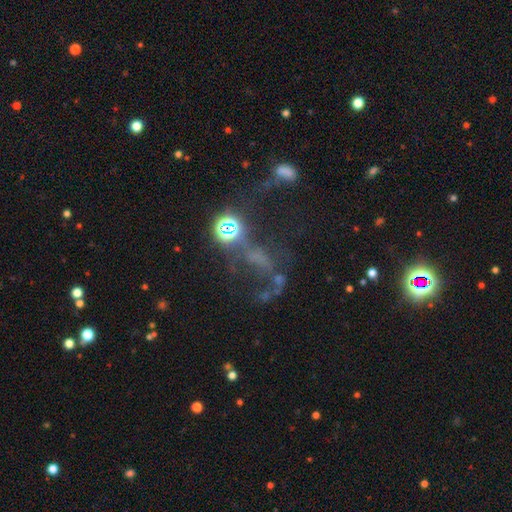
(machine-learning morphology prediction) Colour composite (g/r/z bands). It shows a star or artifact, not a galaxy (41%).